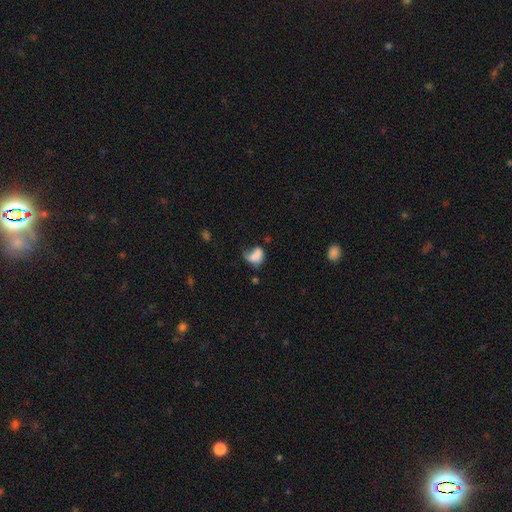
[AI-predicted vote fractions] smooth_or_featured: smooth (p=0.65) [alt: featured or disk p=0.23]
how_rounded: in between (p=0.72) [alt: round p=0.27]
merging: major disturbance (p=0.34) [alt: none p=0.23]